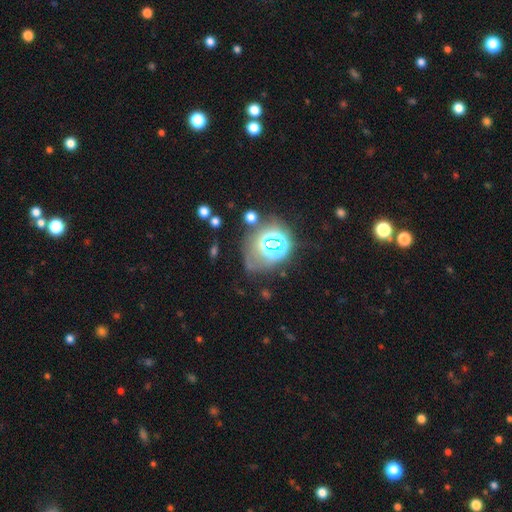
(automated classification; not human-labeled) smooth_or_featured: star or artifact (p=0.59) [alt: smooth p=0.24]